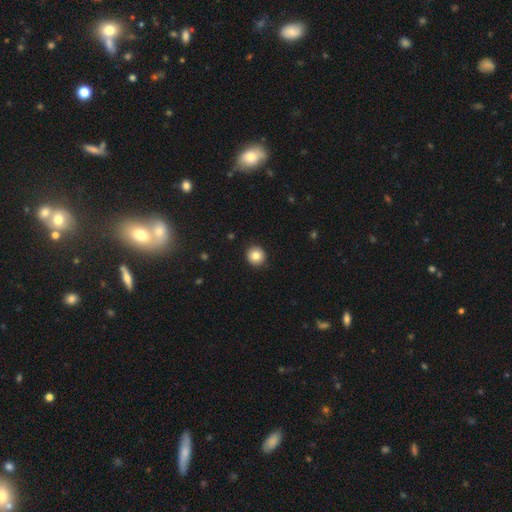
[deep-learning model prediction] Smooth or featured? smooth (84%)
How rounded? round (93%)
Merging? none (92%)